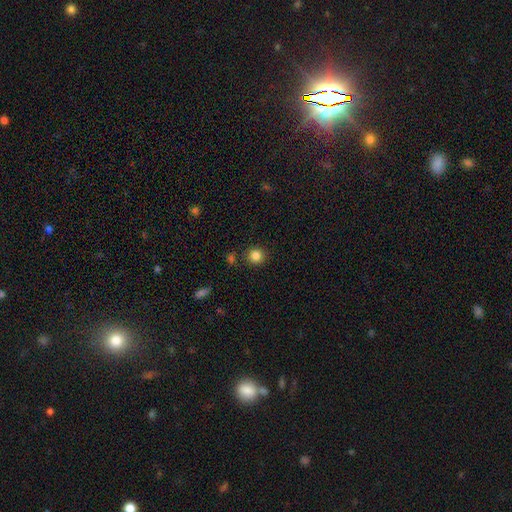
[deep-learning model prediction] Smooth or featured: smooth — 84% (star or artifact — 11%)
How rounded: round — 91% (in between — 9%)
Merging: none — 86% (minor disturbance — 7%)